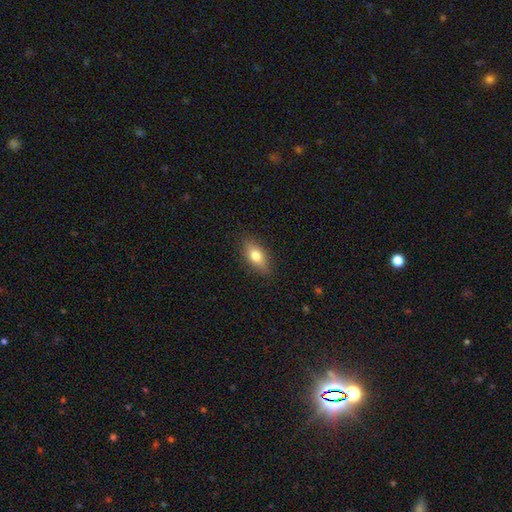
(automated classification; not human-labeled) This is likely a smooth galaxy (73%). How rounded: clearly in between (81%). Merging: clearly none (85%).